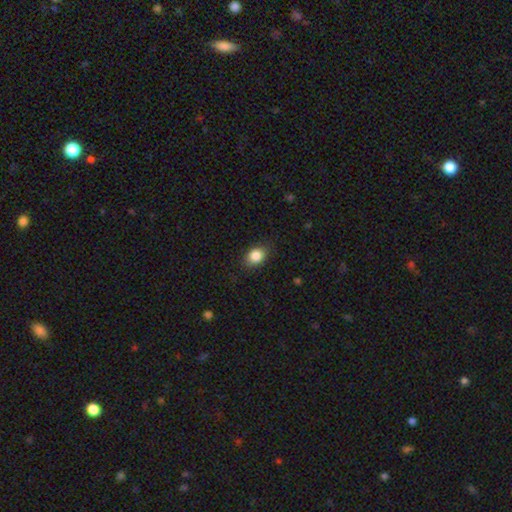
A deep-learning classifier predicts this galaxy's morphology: type=smooth (86%); roundness=in between (62%); merging=none (84%).